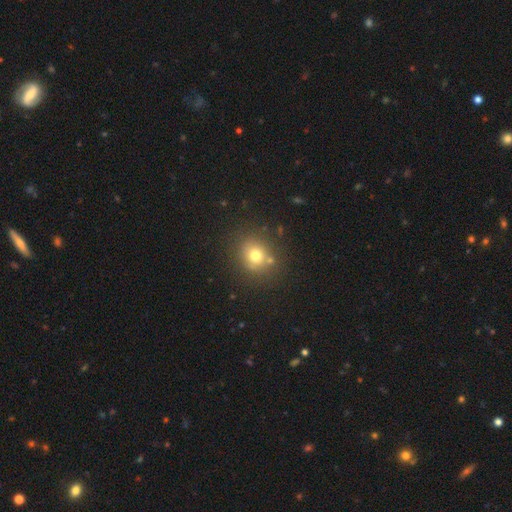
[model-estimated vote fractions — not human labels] Smooth or featured: smooth — 73% (star or artifact — 15%)
How rounded: round — 76% (in between — 23%)
Merging: none — 74% (minor disturbance — 12%)